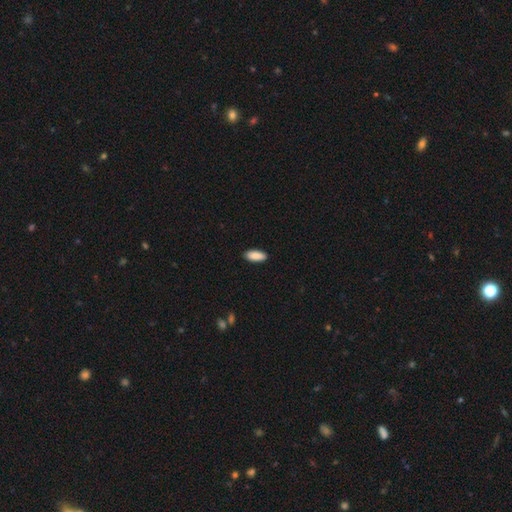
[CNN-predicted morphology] Smooth or featured? smooth (90%)
How rounded? in between (84%)
Merging? none (90%)